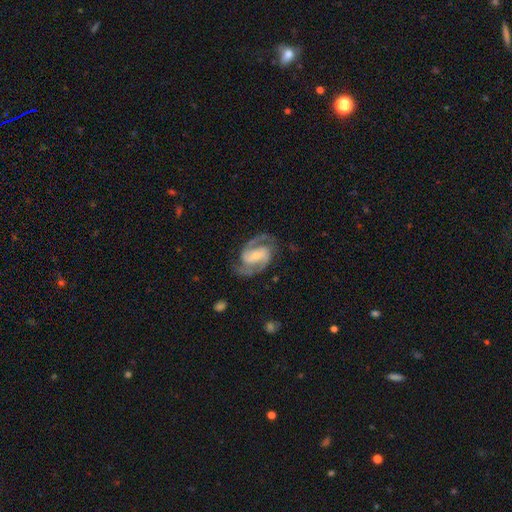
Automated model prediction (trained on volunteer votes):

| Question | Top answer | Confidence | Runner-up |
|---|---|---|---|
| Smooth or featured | featured or disk | 92% | smooth (4%) |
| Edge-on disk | no | 98% | yes (2%) |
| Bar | strong | 41% | weak (39%) |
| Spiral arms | yes | 98% | no (2%) |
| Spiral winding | medium | 61% | tight (26%) |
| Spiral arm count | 2 | 93% | 3 (2%) |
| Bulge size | small | 60% | moderate (31%) |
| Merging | none | 79% | minor disturbance (13%) |